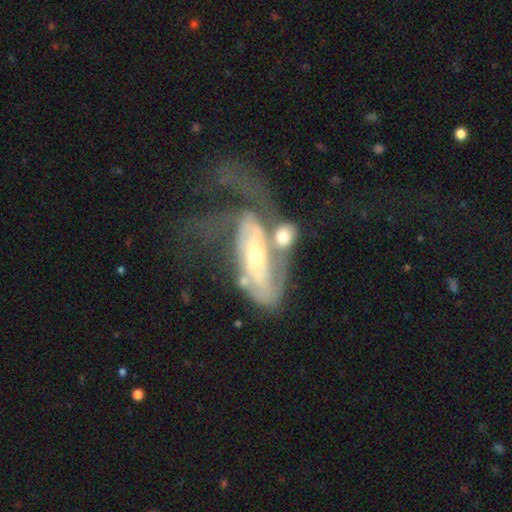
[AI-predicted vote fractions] Q: Smooth or featured?
A: featured or disk (74%); runner-up: smooth (19%)
Q: Edge-on disk?
A: no (87%); runner-up: yes (13%)
Q: Bar?
A: no (55%); runner-up: weak (26%)
Q: Spiral arms?
A: yes (67%); runner-up: no (33%)
Q: Bulge size?
A: moderate (47%); runner-up: small (46%)
Q: Merging?
A: major disturbance (39%); runner-up: merger (37%)